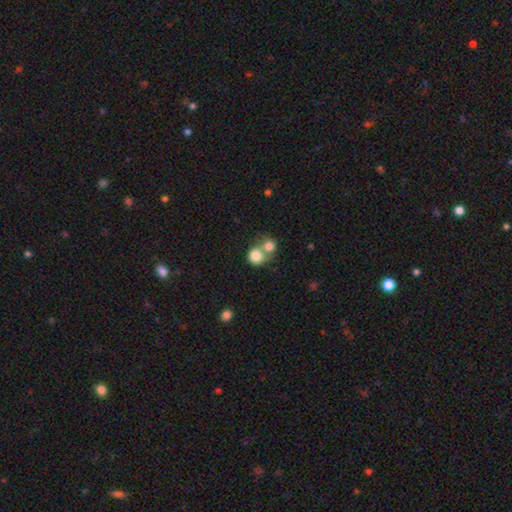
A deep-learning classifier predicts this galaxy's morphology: Smooth or featured?
  - smooth: 81% *
  - featured or disk: 10%
  - star or artifact: 9%
How rounded?
  - round: 81% *
  - in between: 18%
  - cigar-shaped: 1%
Merging?
  - merger: 60% *
  - none: 31%
  - minor disturbance: 6%
  - major disturbance: 3%